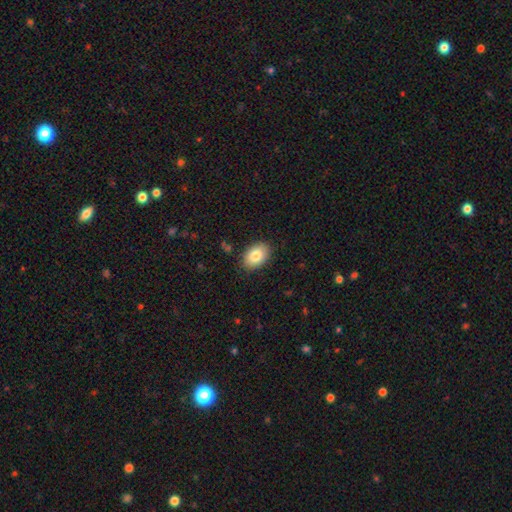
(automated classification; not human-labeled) smooth_or_featured: smooth (p=0.83) [alt: featured or disk p=0.10]
how_rounded: in between (p=0.86) [alt: round p=0.13]
merging: none (p=0.87) [alt: minor disturbance p=0.10]